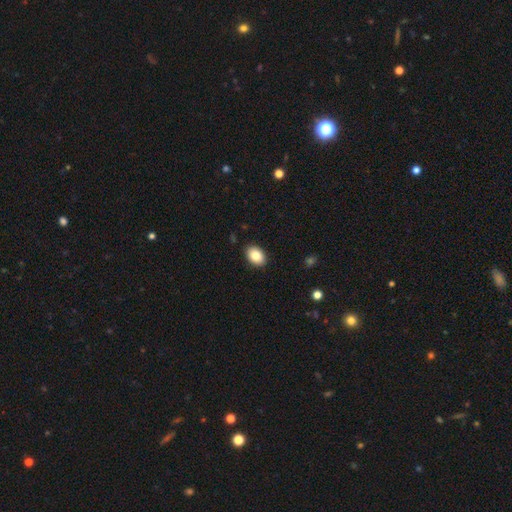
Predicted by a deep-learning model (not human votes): A smooth galaxy with no disk features (86%) that is in between round and cigar-shaped (81%).

Vote fractions:
- Smooth or featured? smooth: 86% / star or artifact: 7% / featured or disk: 7%
- How rounded? in between: 81% / round: 18% / cigar-shaped: 1%
- Merging? none: 90% / minor disturbance: 7% / major disturbance: 2% / merger: 1%